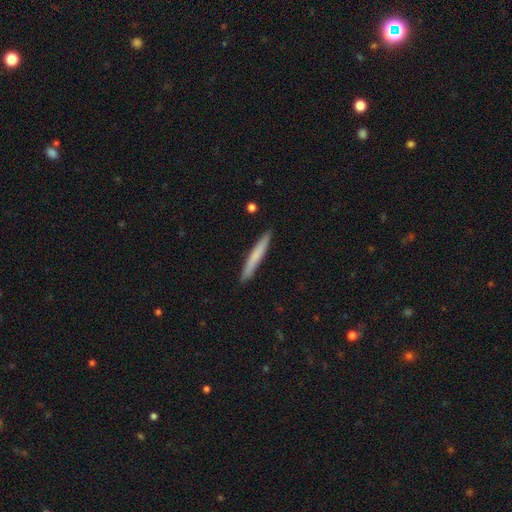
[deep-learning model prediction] Q: Smooth or featured?
A: smooth (70%); runner-up: featured or disk (25%)
Q: How rounded?
A: cigar-shaped (96%); runner-up: in between (2%)
Q: Merging?
A: none (92%); runner-up: minor disturbance (6%)